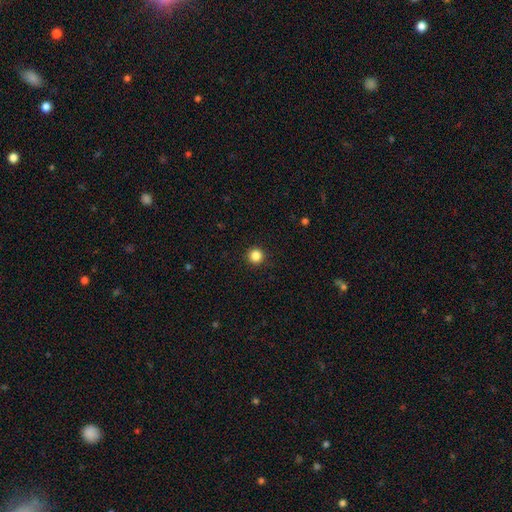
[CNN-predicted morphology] The model was most divided on "smooth or featured": smooth: 85%, star or artifact: 12%, featured or disk: 3%. More confident: how rounded — round (96%); merging — none (93%).